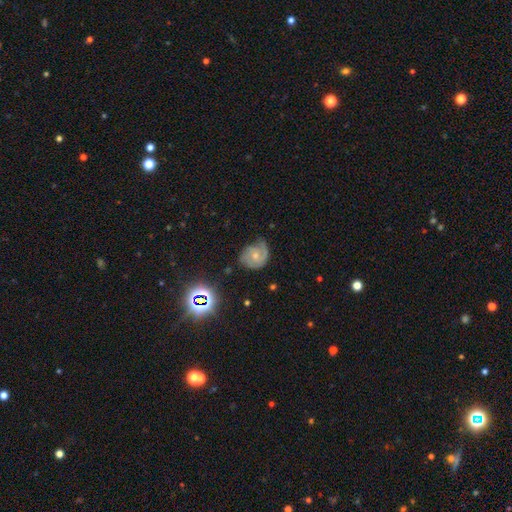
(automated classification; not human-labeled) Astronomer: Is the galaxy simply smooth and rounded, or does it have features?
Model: featured or disk — 67%.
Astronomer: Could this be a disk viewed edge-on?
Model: no — 97%.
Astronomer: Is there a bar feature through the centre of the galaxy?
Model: no — 74%.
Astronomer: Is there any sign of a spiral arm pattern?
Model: yes — 91%.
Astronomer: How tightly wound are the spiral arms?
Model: tight — 53% (runner-up: medium, 35%).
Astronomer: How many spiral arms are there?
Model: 2 — 45% (runner-up: 1, 22%).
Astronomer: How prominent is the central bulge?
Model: small — 50% (runner-up: moderate, 45%).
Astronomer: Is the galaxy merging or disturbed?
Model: none — 56%.